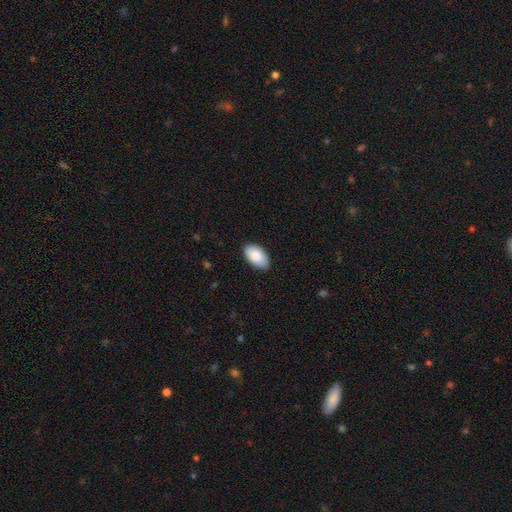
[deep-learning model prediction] Smooth or featured: smooth — 86% (featured or disk — 8%)
How rounded: in between — 95% (round — 3%)
Merging: none — 82% (minor disturbance — 15%)